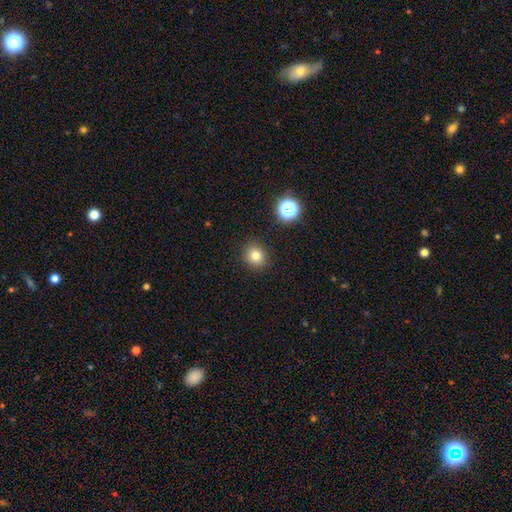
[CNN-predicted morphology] A smooth galaxy with no disk features (79%) that is round (85%). Merging: none (90%).